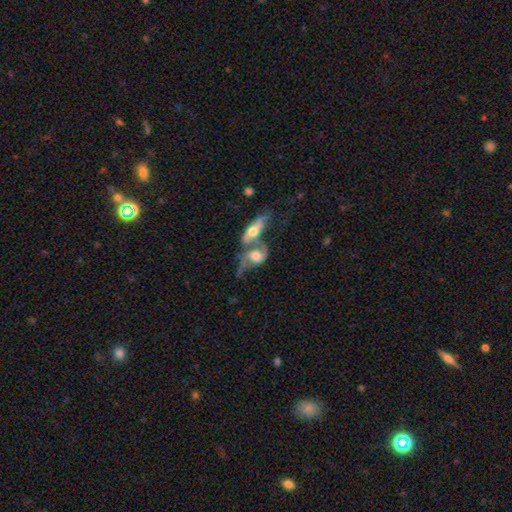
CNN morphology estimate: type=featured or disk (65%); edge-on=no (86%); bar=no (65%); spiral arms=yes (80%); bulge=moderate (52%); merging=merger (70%).